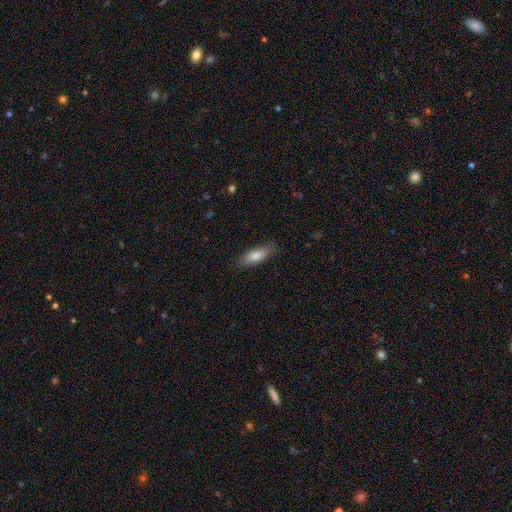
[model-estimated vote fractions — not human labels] Smooth or featured: smooth — 80% (featured or disk — 14%)
How rounded: in between — 59% (cigar-shaped — 39%)
Merging: none — 83% (minor disturbance — 13%)